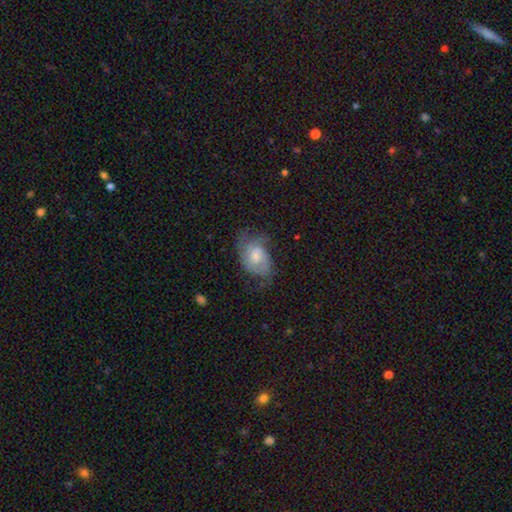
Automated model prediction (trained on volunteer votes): Smooth or featured? Predicted: featured or disk (p=0.70). Edge-on disk? Predicted: no (p=0.97). Bar? Predicted: no (p=0.58). Spiral arms? Predicted: yes (p=0.92). Spiral winding? Predicted: tight (p=0.44). Spiral arm count? Predicted: 2 (p=0.58). Bulge size? Predicted: moderate (p=0.52). Merging? Predicted: none (p=0.57).